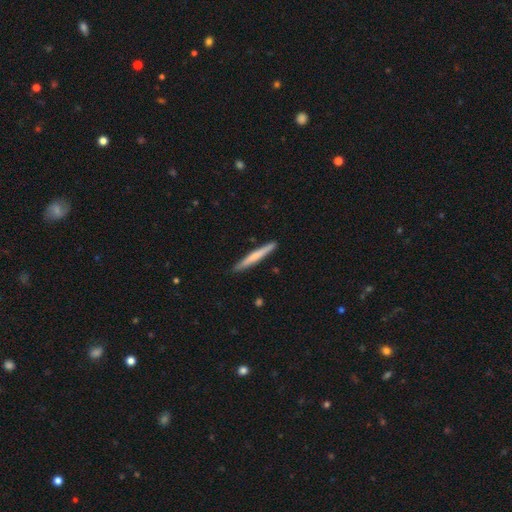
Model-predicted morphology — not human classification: The model was most divided on "smooth or featured": smooth: 63%, featured or disk: 32%, star or artifact: 5%. More confident: how rounded — cigar-shaped (96%); merging — none (90%).